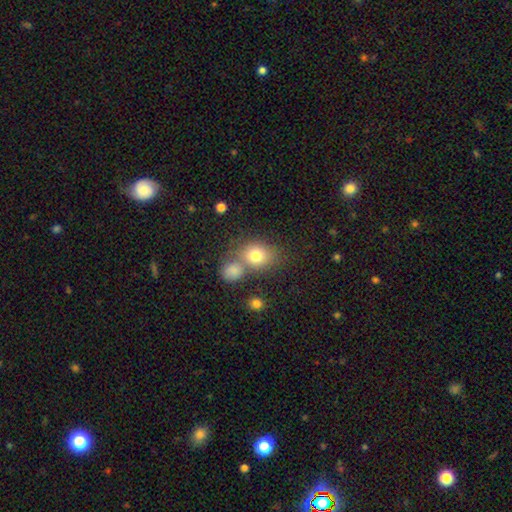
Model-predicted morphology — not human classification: smooth_or_featured: smooth (p=0.77) [alt: star or artifact p=0.12]
how_rounded: round (p=0.57) [alt: in between p=0.42]
merging: none (p=0.50) [alt: merger p=0.33]